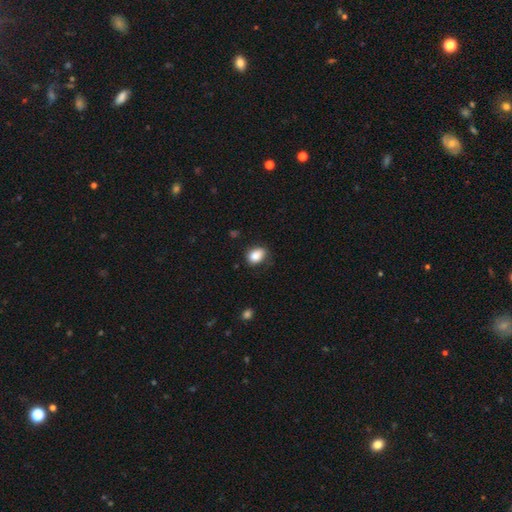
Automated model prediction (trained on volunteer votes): Overall: smooth (86%). How rounded: in between (72%). Merging: none (71%).